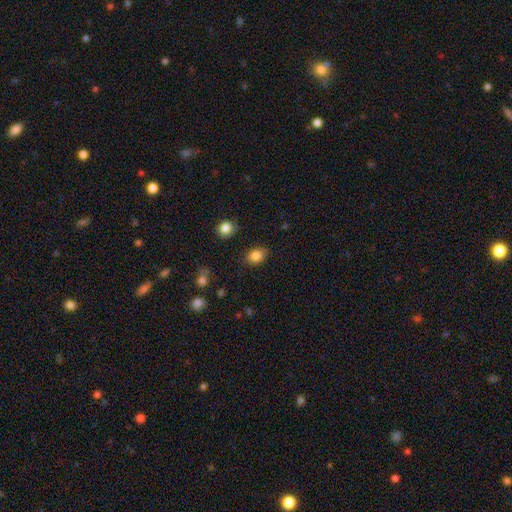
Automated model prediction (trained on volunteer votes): This is clearly a smooth galaxy (85%). How rounded: likely in between (69%). Merging: clearly none (83%).